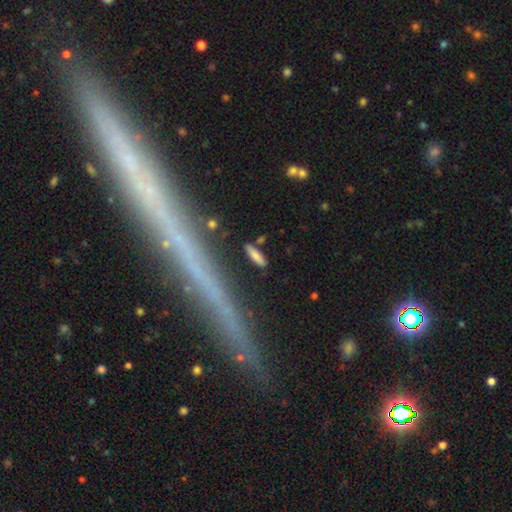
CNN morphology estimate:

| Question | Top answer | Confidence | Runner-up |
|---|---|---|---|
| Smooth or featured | smooth | 78% | featured or disk (14%) |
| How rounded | cigar-shaped | 55% | in between (42%) |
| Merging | none | 83% | minor disturbance (11%) |